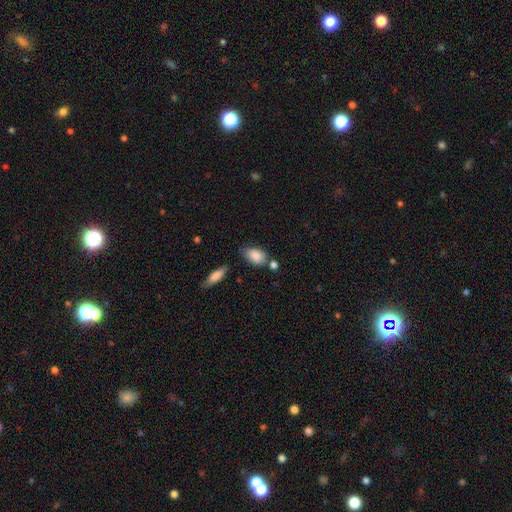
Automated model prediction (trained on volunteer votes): Smooth or featured: smooth — 85% (featured or disk — 8%)
How rounded: in between — 89% (round — 8%)
Merging: none — 62% (minor disturbance — 22%)